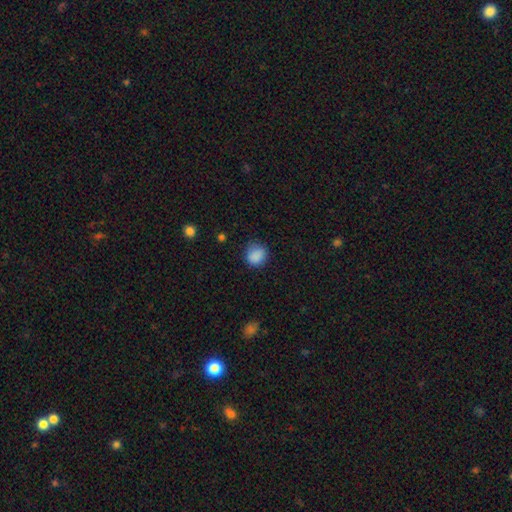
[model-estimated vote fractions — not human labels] smooth 86%, star or artifact 9%, featured or disk 4%. Down the decision tree: how rounded — round (78%); merging — none (76%).